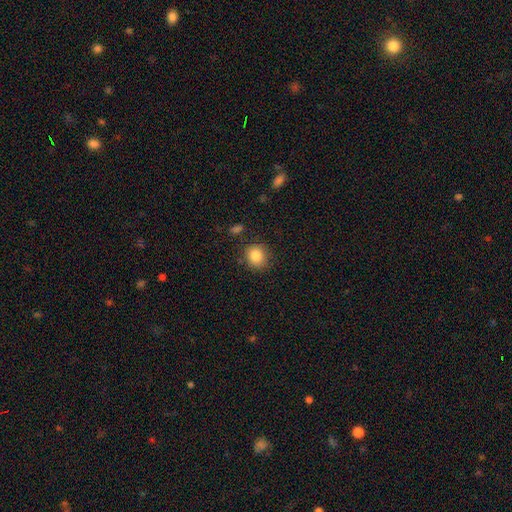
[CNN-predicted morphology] This is clearly a smooth galaxy (85%). How rounded: clearly round (85%). Merging: clearly none (84%).